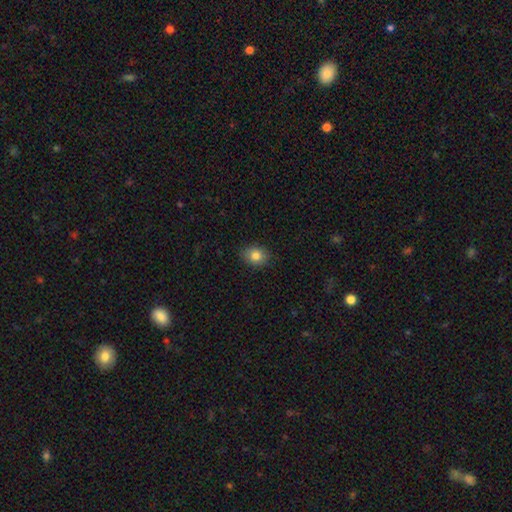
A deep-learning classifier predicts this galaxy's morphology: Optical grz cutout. It shows a smooth galaxy with no disk features (82%) that is round (51%). Merging: none (87%).